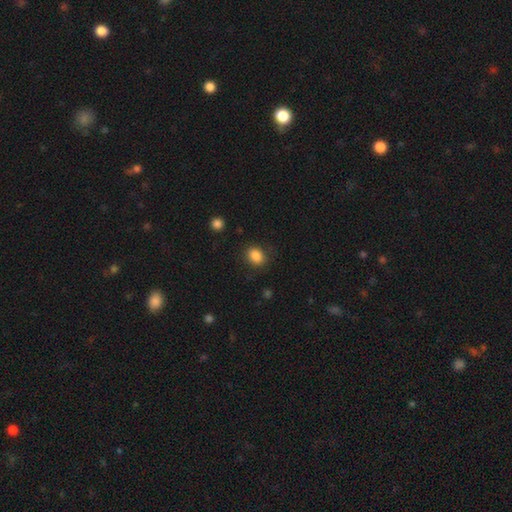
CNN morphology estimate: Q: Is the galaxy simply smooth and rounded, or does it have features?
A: smooth — 86%.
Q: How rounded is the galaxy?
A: in between — 51%.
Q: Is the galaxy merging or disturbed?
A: none — 83%.